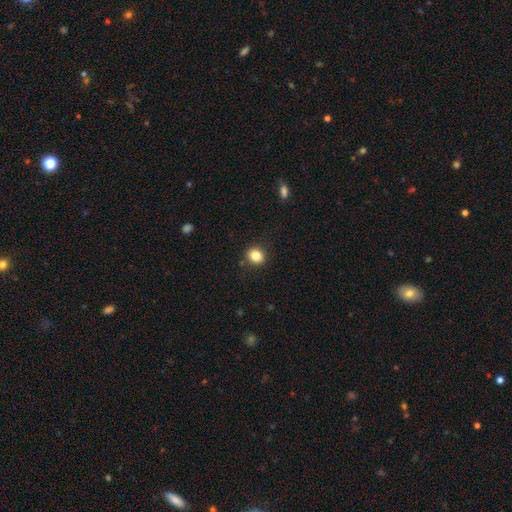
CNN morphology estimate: A smooth galaxy with no disk features (83%) that is round (76%). Merging: none (88%).